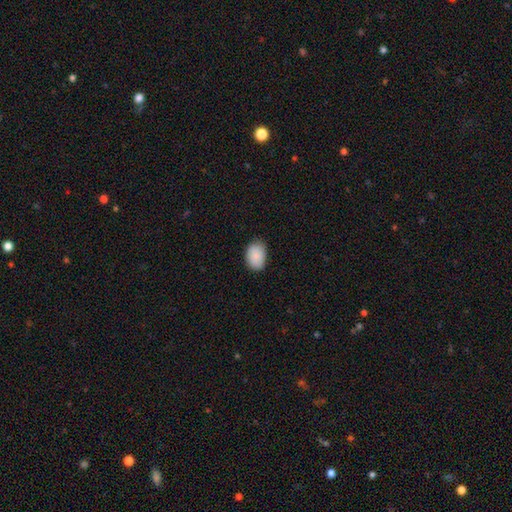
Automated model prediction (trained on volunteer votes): Smooth or featured?
  - smooth: 89% *
  - star or artifact: 7%
  - featured or disk: 4%
How rounded?
  - in between: 82% *
  - round: 17%
  - cigar-shaped: 1%
Merging?
  - none: 79% *
  - minor disturbance: 18%
  - major disturbance: 3%
  - merger: 1%